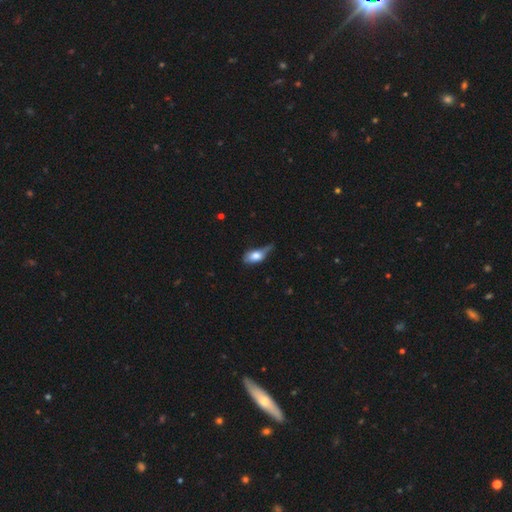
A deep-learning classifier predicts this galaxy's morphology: The model was most divided on "merging": minor disturbance: 41%, none: 29%, major disturbance: 24%, merger: 7%. More confident: how rounded — in between (84%); smooth or featured — smooth (72%).